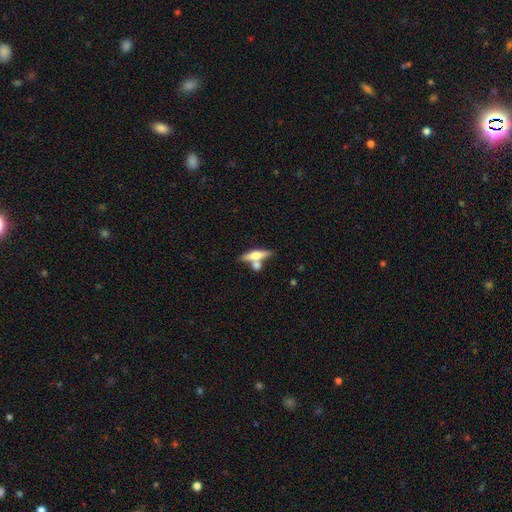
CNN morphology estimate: Smooth or featured? featured or disk (49%)
Merging? none (52%)